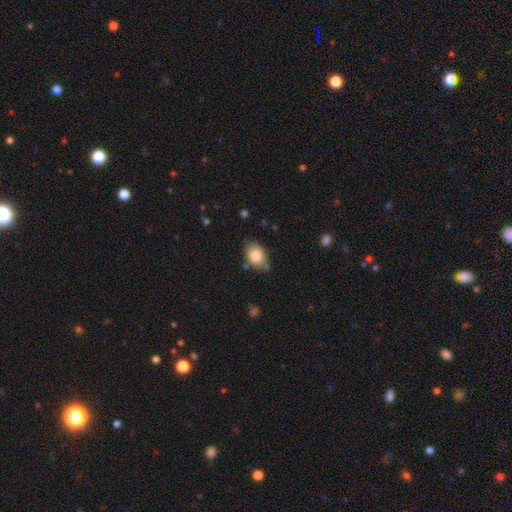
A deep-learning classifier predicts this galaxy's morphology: Q: Smooth or featured?
A: smooth (82%); runner-up: featured or disk (10%)
Q: How rounded?
A: in between (83%); runner-up: round (16%)
Q: Merging?
A: none (72%); runner-up: minor disturbance (21%)